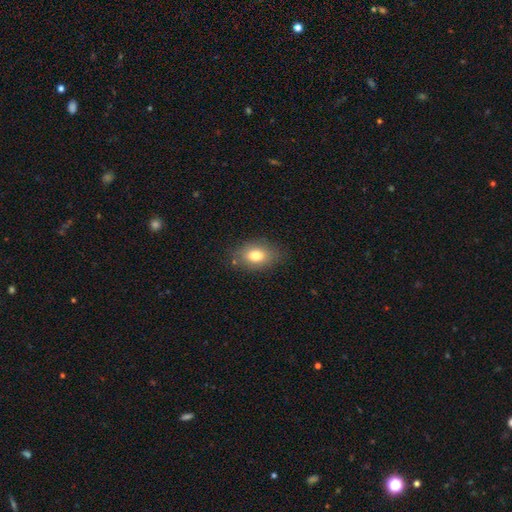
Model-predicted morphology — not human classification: A smooth galaxy with no disk features (79%) that is in between round and cigar-shaped (80%). Merging: none (79%).